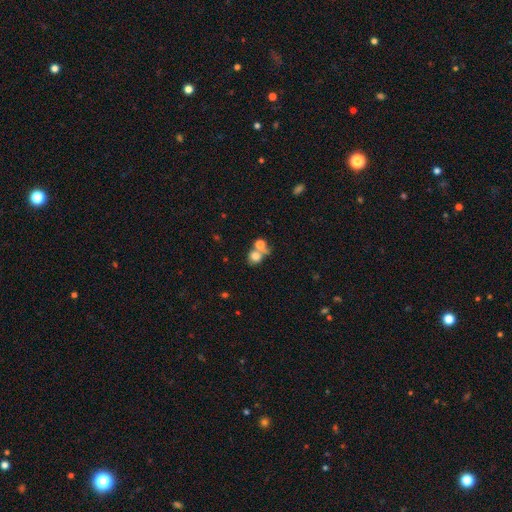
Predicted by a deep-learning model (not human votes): The model was most divided on "merging": merger: 53%, none: 32%, minor disturbance: 9%, major disturbance: 6%. More confident: smooth or featured — smooth (74%); how rounded — round (67%).